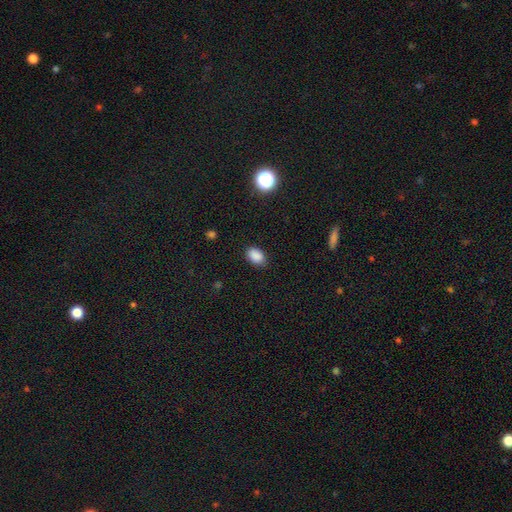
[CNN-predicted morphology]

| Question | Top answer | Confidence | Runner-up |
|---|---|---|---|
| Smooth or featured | smooth | 86% | star or artifact (10%) |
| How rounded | in between | 84% | round (15%) |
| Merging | none | 84% | minor disturbance (12%) |